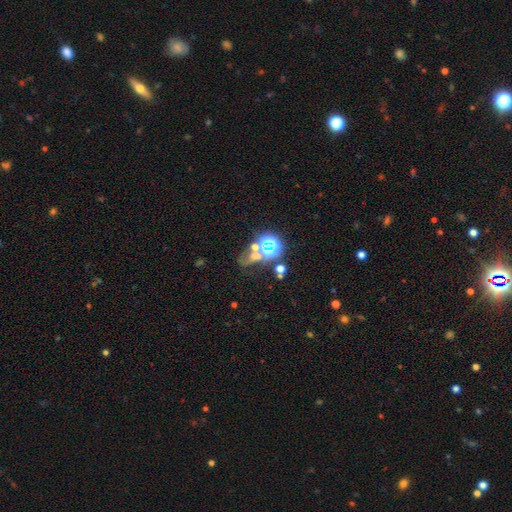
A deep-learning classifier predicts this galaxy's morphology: Overall: star or artifact (49%; smooth 33%).